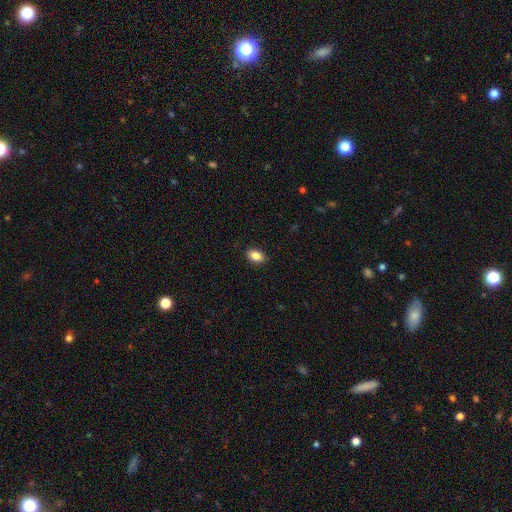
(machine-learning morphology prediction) Smooth or featured: smooth — 87% (star or artifact — 8%)
How rounded: in between — 86% (round — 13%)
Merging: none — 90% (minor disturbance — 8%)